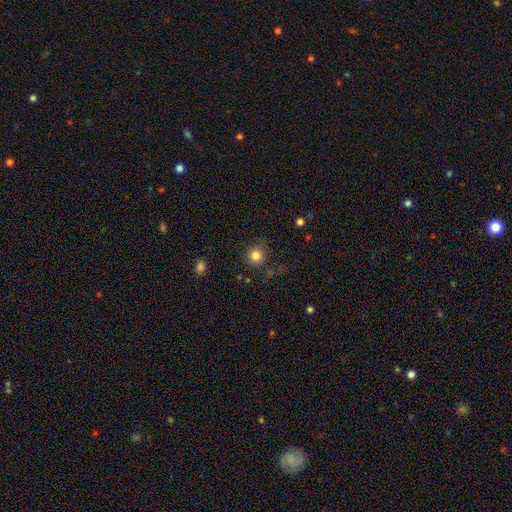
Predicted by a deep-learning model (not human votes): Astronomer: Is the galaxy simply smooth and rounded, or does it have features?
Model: smooth — 82%.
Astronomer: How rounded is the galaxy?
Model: round — 92%.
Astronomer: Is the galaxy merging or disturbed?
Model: none — 76%.